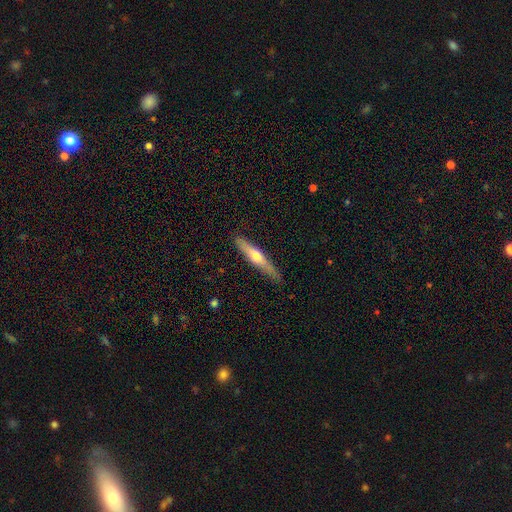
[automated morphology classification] The model was most divided on "smooth or featured": featured or disk: 52%, smooth: 42%, star or artifact: 5%. More confident: edge-on disk — yes (94%); merging — none (84%).